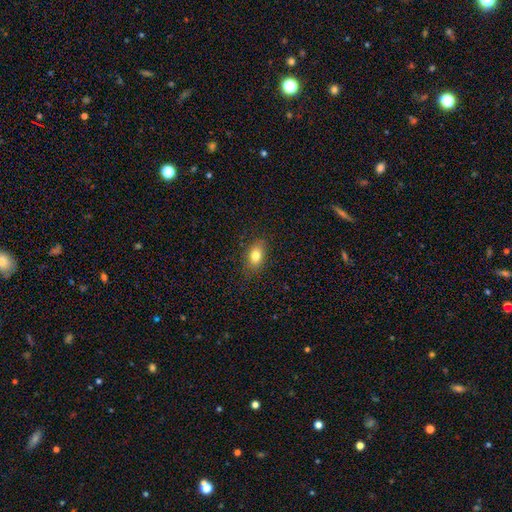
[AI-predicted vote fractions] smooth-or-featured: smooth: 80% | featured or disk: 10% | star or artifact: 10%
  how-rounded: in between: 82% | round: 15% | cigar-shaped: 3%
  merging: none: 83% | minor disturbance: 13% | major disturbance: 3% | merger: 1%